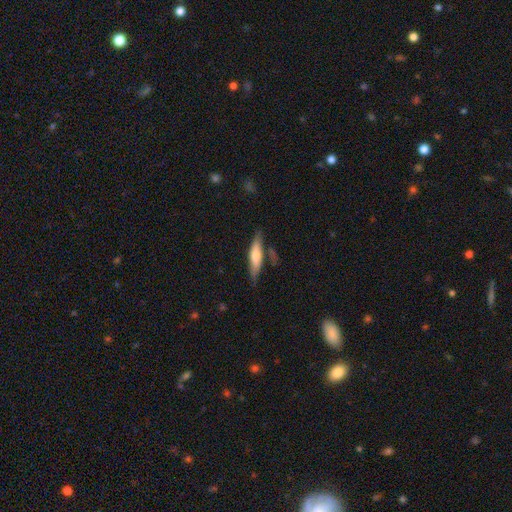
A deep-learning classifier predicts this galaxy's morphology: This appears to be a smooth galaxy with no disk features (58%) that is cigar-shaped (76%). Merging: none (72%).